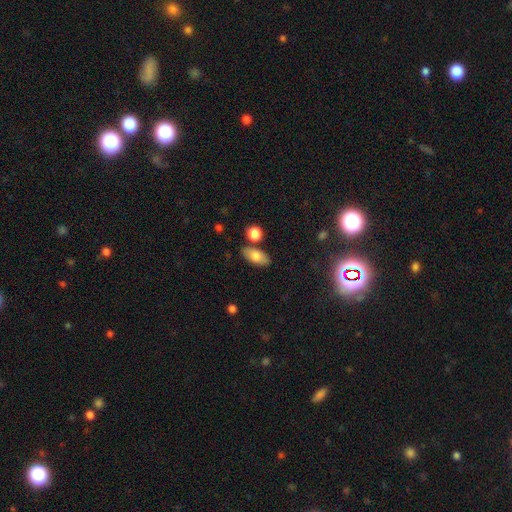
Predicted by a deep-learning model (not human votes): Overall: smooth (76%). How rounded: in between (87%). Merging: none (78%).